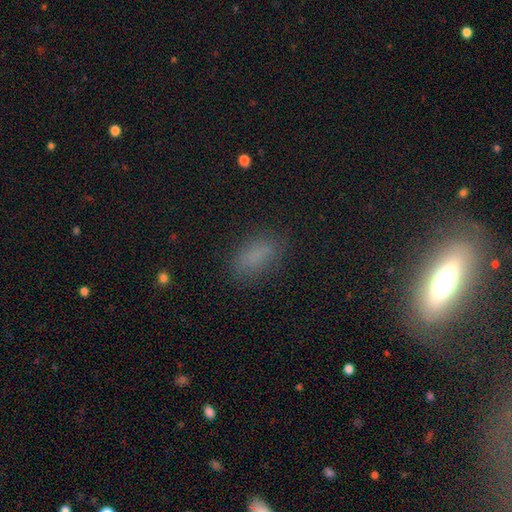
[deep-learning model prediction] Smooth or featured: smooth — 80% (star or artifact — 14%)
How rounded: in between — 85% (cigar-shaped — 9%)
Merging: none — 81% (minor disturbance — 13%)